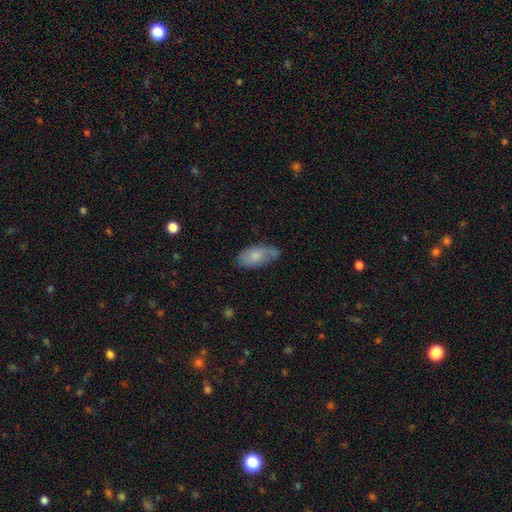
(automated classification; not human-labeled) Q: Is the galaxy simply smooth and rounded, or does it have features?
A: smooth — 62%.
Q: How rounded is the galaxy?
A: in between — 91%.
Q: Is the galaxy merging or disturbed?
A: none — 63%.